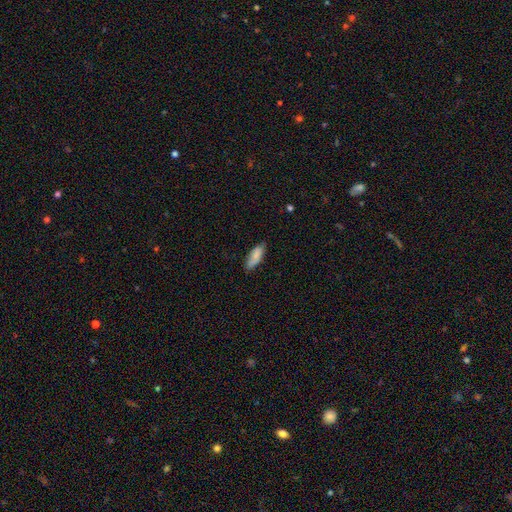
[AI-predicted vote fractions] Smooth or featured? Predicted: smooth (p=0.83). How rounded? Predicted: in between (p=0.65). Merging? Predicted: none (p=0.73).